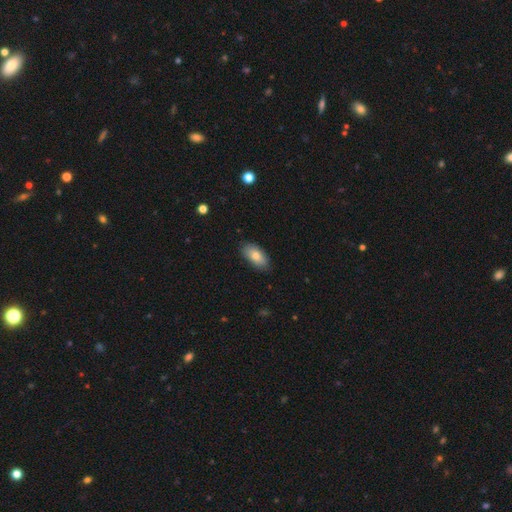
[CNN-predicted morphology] Q: Smooth or featured?
A: smooth (80%); runner-up: featured or disk (14%)
Q: How rounded?
A: in between (92%); runner-up: cigar-shaped (4%)
Q: Merging?
A: none (85%); runner-up: minor disturbance (12%)